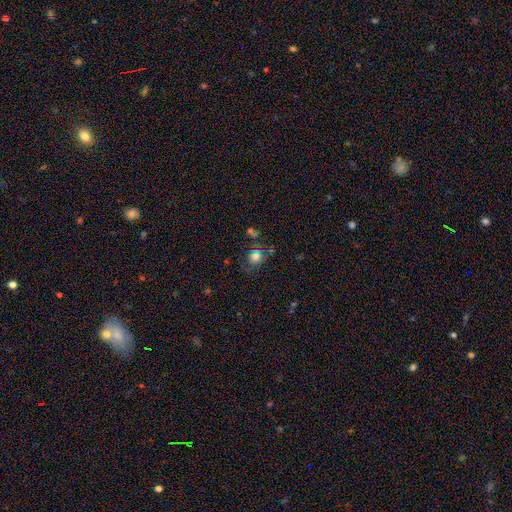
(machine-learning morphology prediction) Smooth or featured? Predicted: smooth (p=0.63). How rounded? Predicted: round (p=0.71). Merging? Predicted: none (p=0.64).